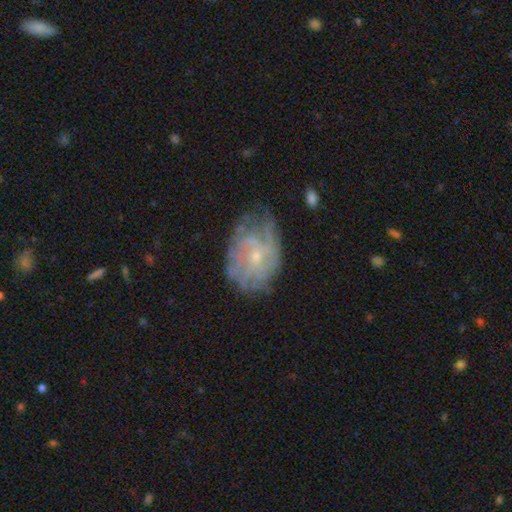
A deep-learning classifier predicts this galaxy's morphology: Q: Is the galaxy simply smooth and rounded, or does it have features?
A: featured or disk — 68%.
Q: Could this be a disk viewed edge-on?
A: no — 97%.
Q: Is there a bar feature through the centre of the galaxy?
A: no — 73%.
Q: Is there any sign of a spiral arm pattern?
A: yes — 70%.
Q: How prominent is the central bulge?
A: small — 67%.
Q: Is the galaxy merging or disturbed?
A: none — 57%.